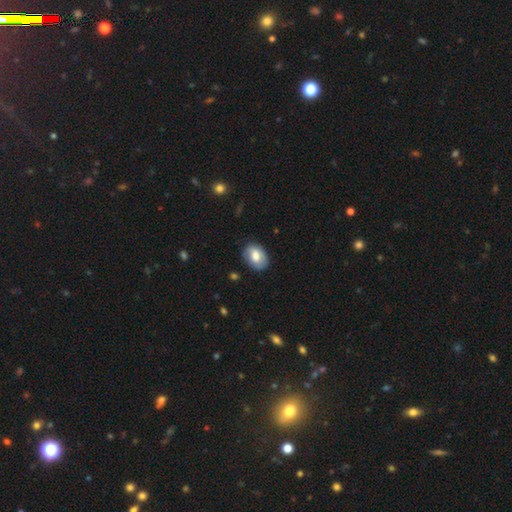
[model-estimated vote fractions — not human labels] Smooth or featured? smooth (70%)
How rounded? in between (77%)
Merging? none (77%)